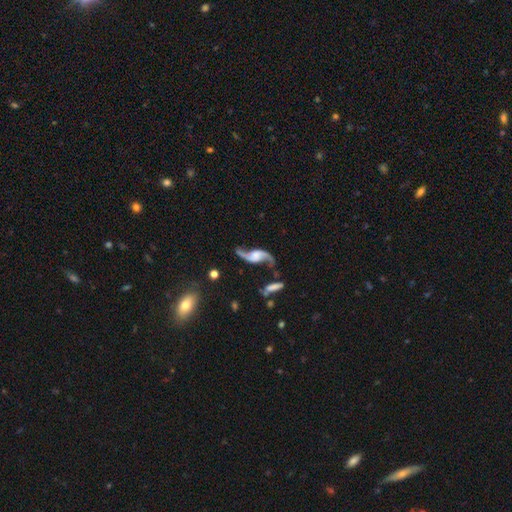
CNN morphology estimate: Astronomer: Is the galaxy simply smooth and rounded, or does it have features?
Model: featured or disk — 88%.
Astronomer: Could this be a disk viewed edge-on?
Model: no — 93%.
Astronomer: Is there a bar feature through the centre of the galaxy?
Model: no — 53% (runner-up: weak, 34%).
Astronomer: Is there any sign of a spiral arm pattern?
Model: yes — 96%.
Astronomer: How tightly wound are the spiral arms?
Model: loose — 87%.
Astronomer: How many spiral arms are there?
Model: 2 — 94%.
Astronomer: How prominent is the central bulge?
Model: none — 43% (runner-up: large, 20%).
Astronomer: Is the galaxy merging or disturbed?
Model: none — 66%.